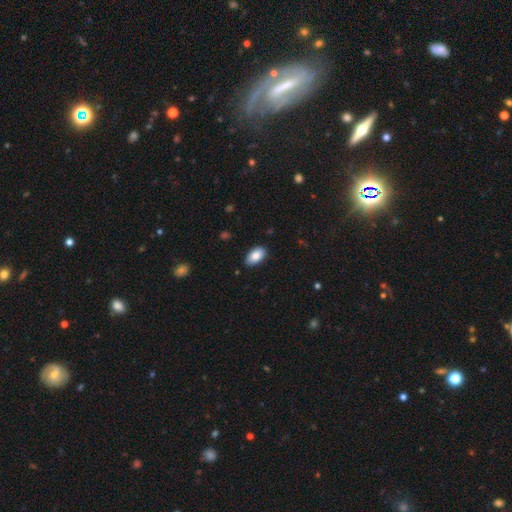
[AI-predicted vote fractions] smooth_or_featured: smooth (p=0.87) [alt: featured or disk p=0.07]
how_rounded: in between (p=0.95) [alt: round p=0.03]
merging: none (p=0.86) [alt: minor disturbance p=0.11]